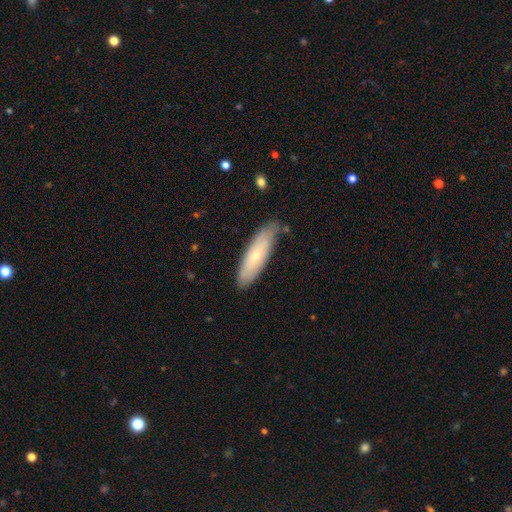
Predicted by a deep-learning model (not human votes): A smooth galaxy with no disk features (60%) that is cigar-shaped (61%). Merging: none (76%).